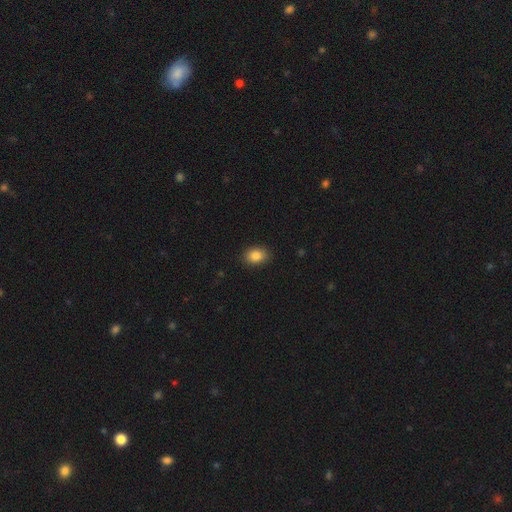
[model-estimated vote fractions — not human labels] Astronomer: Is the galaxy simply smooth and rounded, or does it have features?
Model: smooth — 86%.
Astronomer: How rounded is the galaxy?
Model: in between — 70%.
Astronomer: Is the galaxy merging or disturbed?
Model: none — 89%.